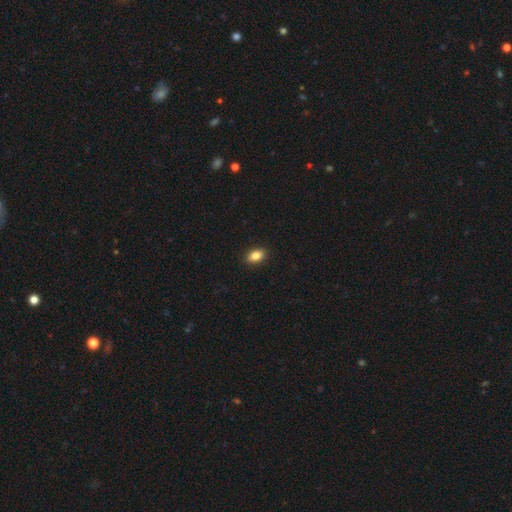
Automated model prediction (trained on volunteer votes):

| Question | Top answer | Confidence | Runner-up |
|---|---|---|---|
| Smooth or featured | smooth | 86% | star or artifact (9%) |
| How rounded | in between | 86% | round (12%) |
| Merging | none | 90% | minor disturbance (7%) |